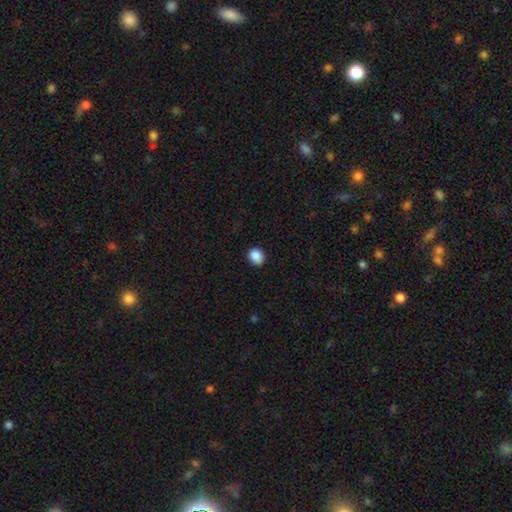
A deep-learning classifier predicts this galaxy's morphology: A smooth galaxy with no disk features (88%) that is round (71%). Merging: none (86%).